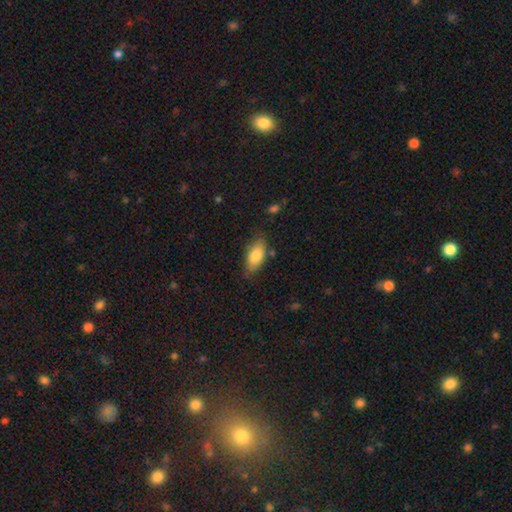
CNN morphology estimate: type=smooth (80%); roundness=in between (87%); merging=none (74%).